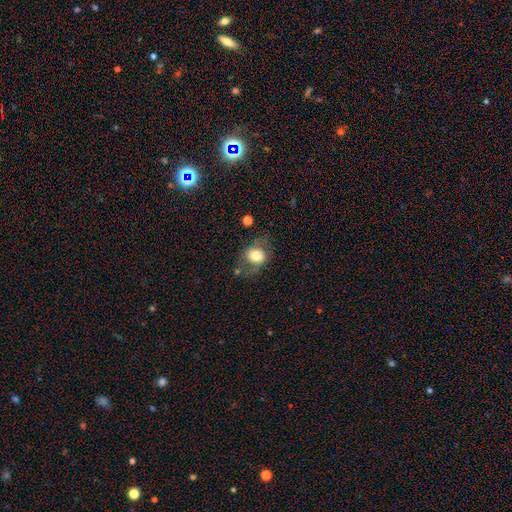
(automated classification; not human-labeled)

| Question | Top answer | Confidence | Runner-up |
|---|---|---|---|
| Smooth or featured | smooth | 65% | featured or disk (26%) |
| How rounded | round | 58% | in between (41%) |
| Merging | none | 63% | minor disturbance (20%) |